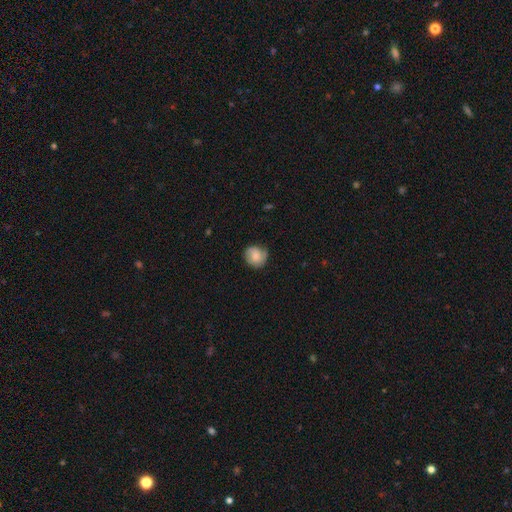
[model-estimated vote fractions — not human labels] Q: Smooth or featured?
A: smooth (59%); runner-up: featured or disk (33%)
Q: How rounded?
A: round (81%); runner-up: in between (18%)
Q: Merging?
A: none (69%); runner-up: minor disturbance (23%)